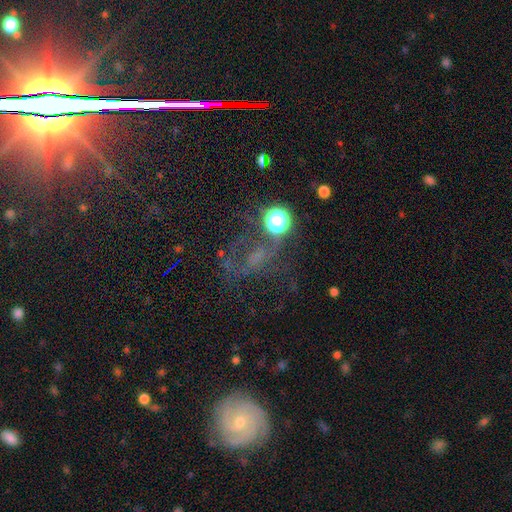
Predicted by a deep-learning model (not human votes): Morphology: type=star or artifact (57%).